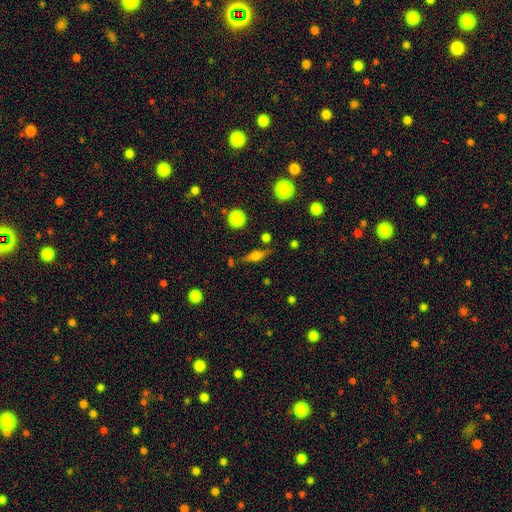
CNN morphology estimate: This is possibly a featured or disk galaxy (48%). Merging: likely none (77%).